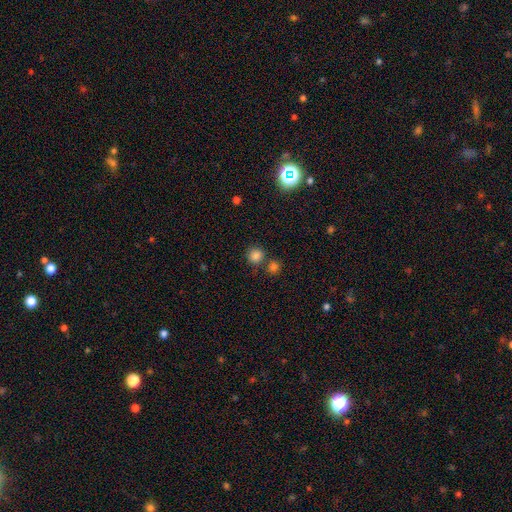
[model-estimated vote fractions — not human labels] The model was most divided on "merging": none: 72%, merger: 17%, minor disturbance: 8%, major disturbance: 3%. More confident: how rounded — round (91%); smooth or featured — smooth (82%).